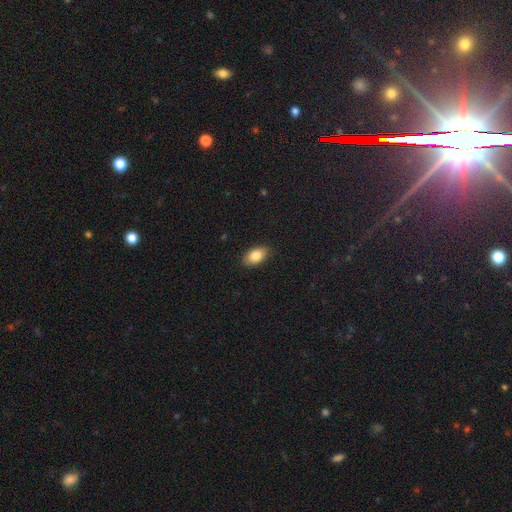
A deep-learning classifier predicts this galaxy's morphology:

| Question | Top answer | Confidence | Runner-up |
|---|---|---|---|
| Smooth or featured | smooth | 84% | featured or disk (9%) |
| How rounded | in between | 91% | round (6%) |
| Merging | none | 88% | minor disturbance (9%) |